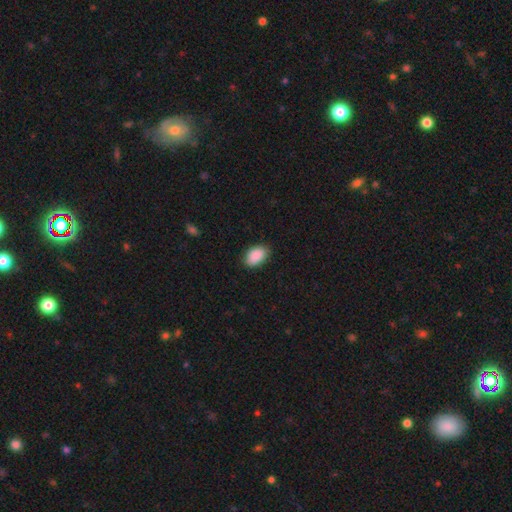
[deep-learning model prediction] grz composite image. It shows a smooth galaxy with no disk features (90%) that is in between round and cigar-shaped (91%). Merging: none (84%).